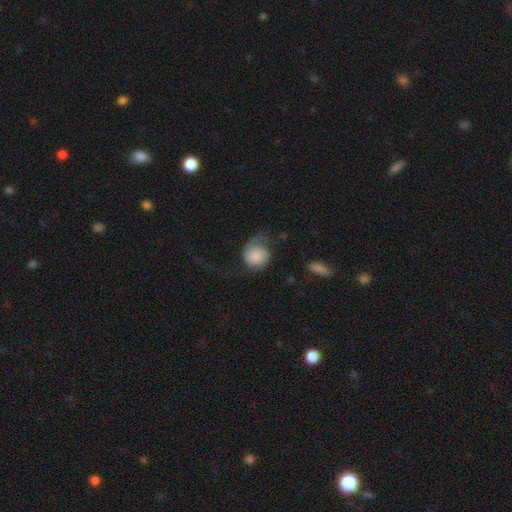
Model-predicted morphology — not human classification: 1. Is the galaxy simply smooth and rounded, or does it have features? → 54% smooth, 39% featured or disk, 7% star or artifact.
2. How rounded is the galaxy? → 78% round, 21% in between, 1% cigar-shaped.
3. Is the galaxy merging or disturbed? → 42% none, 31% major disturbance, 25% minor disturbance, 2% merger.